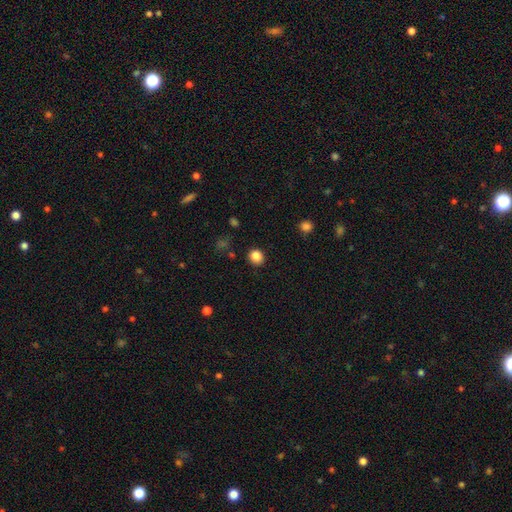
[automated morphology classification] Q: Smooth or featured?
A: smooth (85%); runner-up: star or artifact (11%)
Q: How rounded?
A: round (81%); runner-up: in between (18%)
Q: Merging?
A: none (89%); runner-up: minor disturbance (7%)